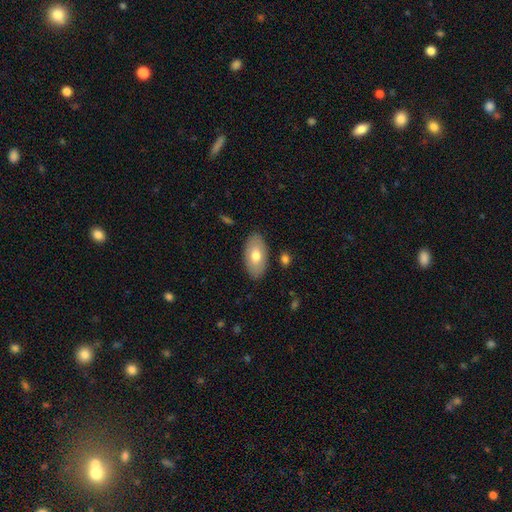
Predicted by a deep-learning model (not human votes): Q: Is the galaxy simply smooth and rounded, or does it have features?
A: smooth — 70%.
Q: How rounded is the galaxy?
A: in between — 94%.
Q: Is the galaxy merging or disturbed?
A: none — 85%.